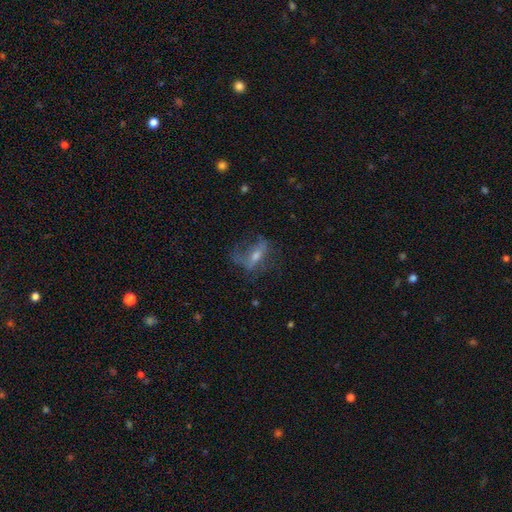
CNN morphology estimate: Q: Smooth or featured?
A: featured or disk (58%); runner-up: smooth (28%)
Q: Edge-on disk?
A: no (78%); runner-up: yes (22%)
Q: Merging?
A: none (47%); runner-up: major disturbance (28%)